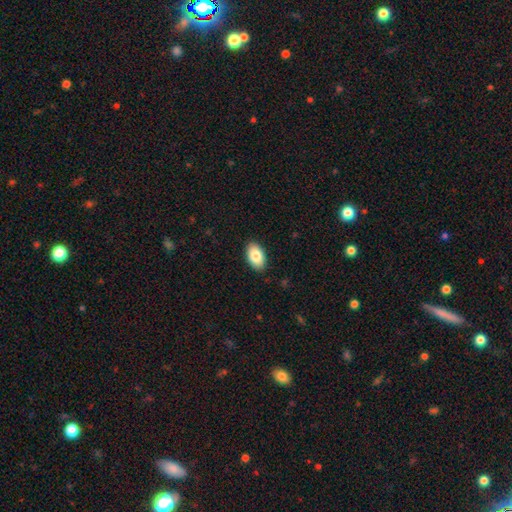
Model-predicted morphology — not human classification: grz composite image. It shows a smooth galaxy with no disk features (85%) that is in between round and cigar-shaped (94%). Merging: none (89%).